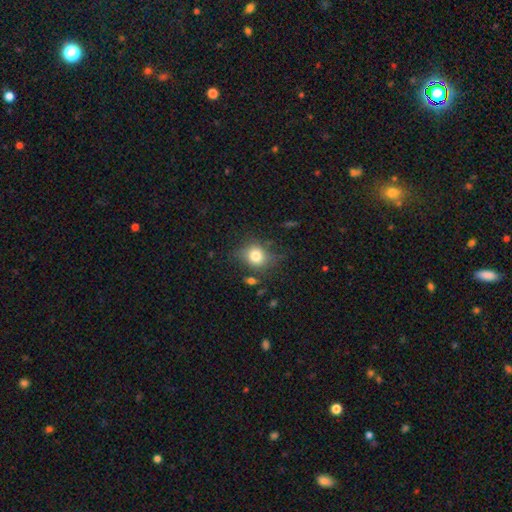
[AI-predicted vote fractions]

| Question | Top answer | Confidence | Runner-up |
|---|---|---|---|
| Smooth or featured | smooth | 78% | star or artifact (12%) |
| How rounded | round | 68% | in between (31%) |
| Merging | none | 69% | minor disturbance (20%) |